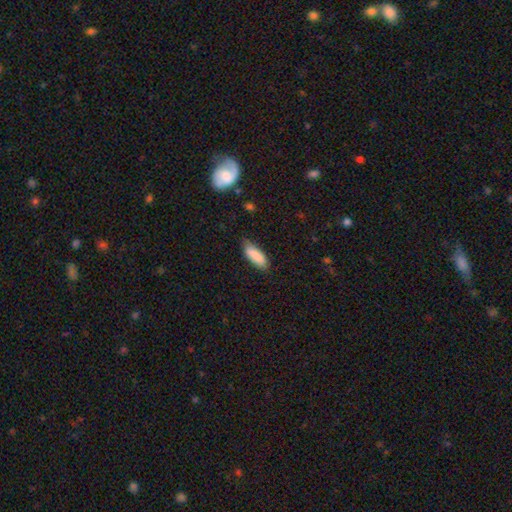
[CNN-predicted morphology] smooth 88%, star or artifact 6%, featured or disk 6%. Down the decision tree: how rounded — in between (69%); merging — none (74%).